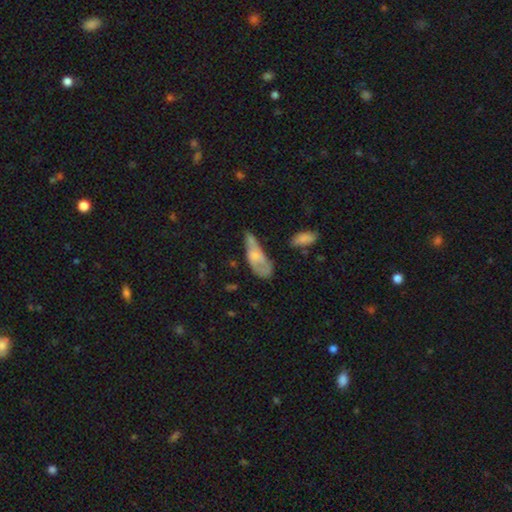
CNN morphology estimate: type=smooth (56%); roundness=in between (79%); merging=major disturbance (34%).